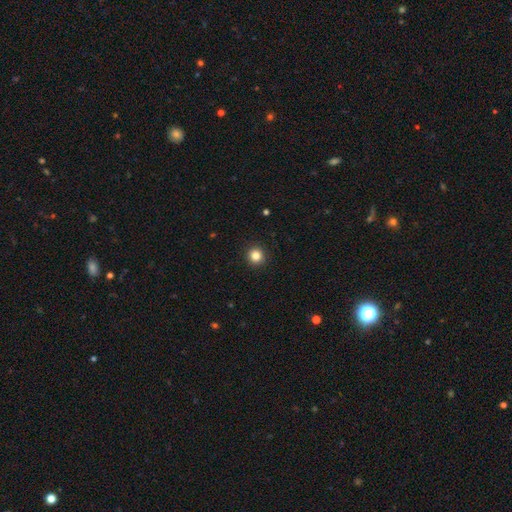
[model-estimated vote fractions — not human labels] A smooth galaxy with no disk features (84%) that is round (95%).

Vote fractions:
- Smooth or featured? smooth: 84% / star or artifact: 11% / featured or disk: 4%
- How rounded? round: 95% / in between: 4% / cigar-shaped: 1%
- Merging? none: 93% / minor disturbance: 4% / major disturbance: 2% / merger: 1%